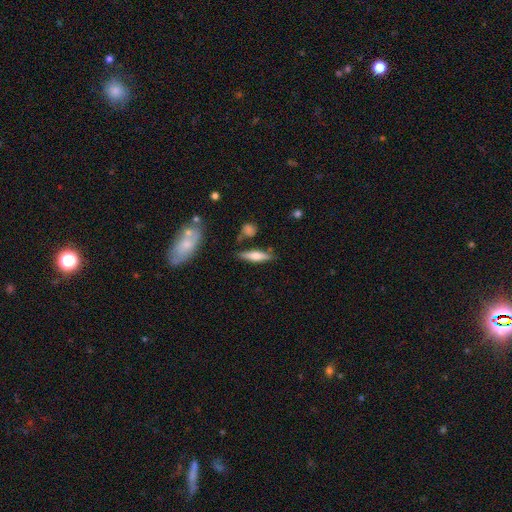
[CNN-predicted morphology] Smooth or featured? smooth (53%)
How rounded? cigar-shaped (66%)
Merging? none (77%)